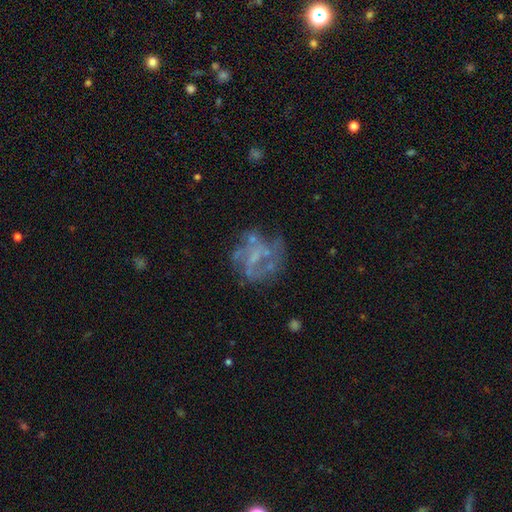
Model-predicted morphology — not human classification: A featured or disk galaxy (68%) with no bar (58%), no spiral arms (55%) and no central bulge (54%). Merging: none (53%).